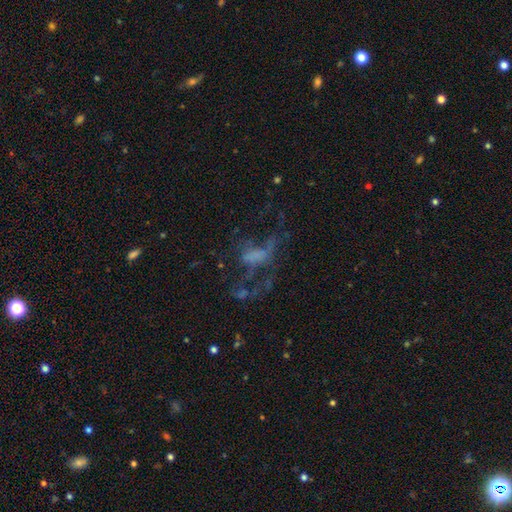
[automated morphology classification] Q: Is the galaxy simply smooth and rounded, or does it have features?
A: featured or disk — 53%.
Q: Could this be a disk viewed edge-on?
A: no — 95%.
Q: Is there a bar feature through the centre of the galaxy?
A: no — 74%.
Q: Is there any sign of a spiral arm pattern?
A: no — 72%.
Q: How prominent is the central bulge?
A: none — 67%.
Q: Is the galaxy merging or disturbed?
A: major disturbance — 49%.